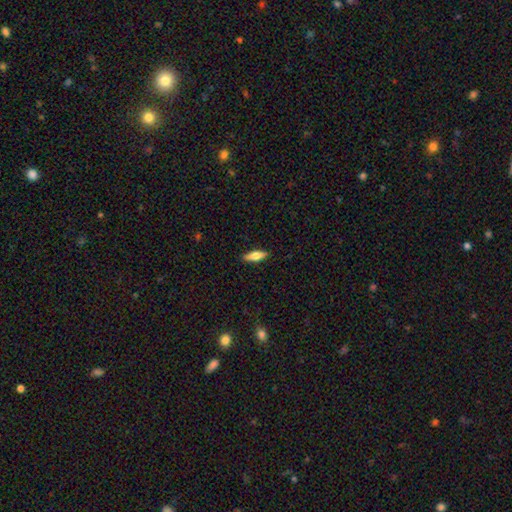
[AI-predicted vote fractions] A smooth galaxy with no disk features (66%) that is in between round and cigar-shaped (54%).

Vote fractions:
- Smooth or featured? smooth: 66% / featured or disk: 28% / star or artifact: 6%
- How rounded? in between: 54% / cigar-shaped: 43% / round: 2%
- Merging? none: 89% / minor disturbance: 8% / major disturbance: 2% / merger: 1%